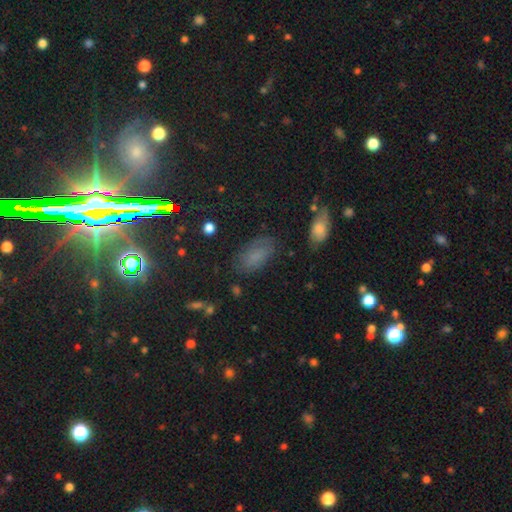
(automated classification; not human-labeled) smooth-or-featured: smooth: 66% | star or artifact: 23% | featured or disk: 11%
  how-rounded: in between: 91% | round: 5% | cigar-shaped: 4%
  merging: none: 73% | minor disturbance: 18% | major disturbance: 6% | merger: 2%